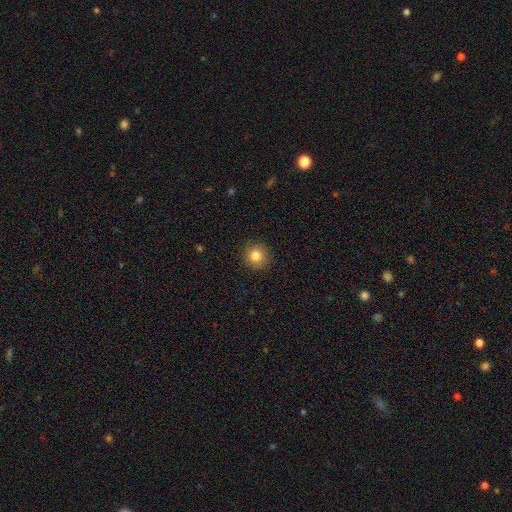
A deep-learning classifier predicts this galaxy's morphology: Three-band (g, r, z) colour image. It shows a smooth galaxy with no disk features (84%) that is round (94%). Merging: none (91%).